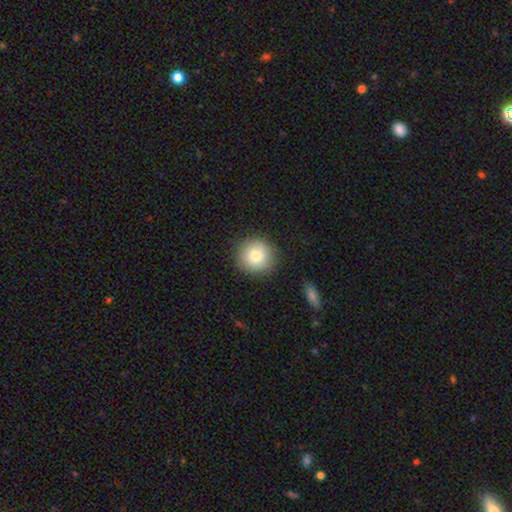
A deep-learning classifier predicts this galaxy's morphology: Smooth or featured?
  - smooth: 80% *
  - featured or disk: 11%
  - star or artifact: 9%
How rounded?
  - round: 92% *
  - in between: 7%
  - cigar-shaped: 1%
Merging?
  - none: 88% *
  - minor disturbance: 9%
  - major disturbance: 3%
  - merger: 1%